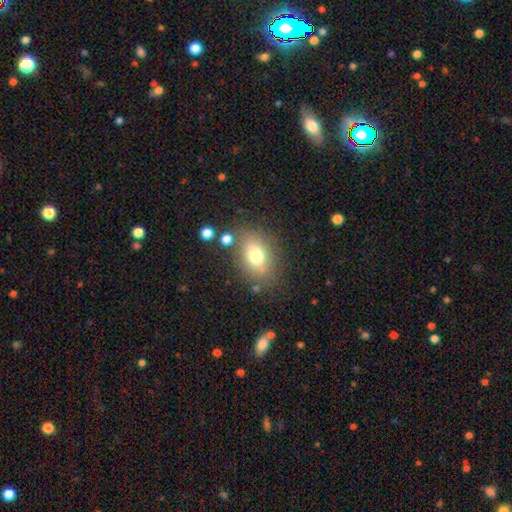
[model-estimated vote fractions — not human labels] This appears to be a smooth galaxy with no disk features (72%) that is in between round and cigar-shaped (73%). Merging: none (74%).